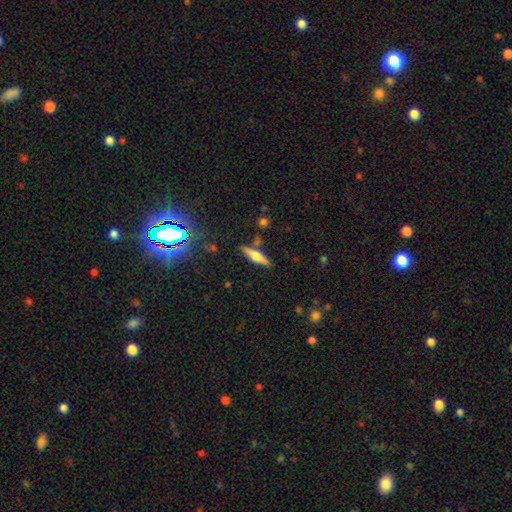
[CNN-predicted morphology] Smooth or featured: featured or disk — 50% (smooth — 41%)
Edge-on disk: yes — 93% (no — 7%)
Merging: none — 80% (minor disturbance — 11%)